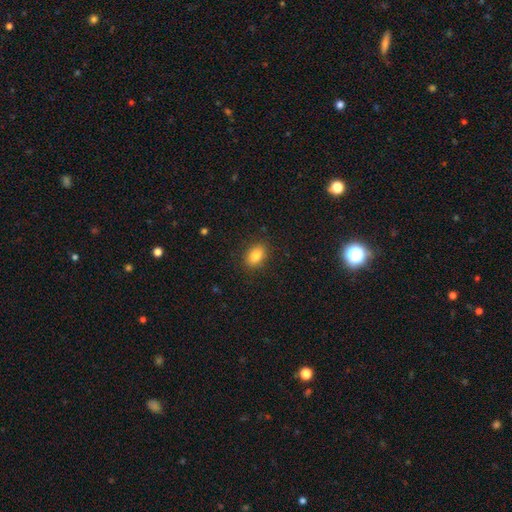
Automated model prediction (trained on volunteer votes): Morphology: type=smooth (83%); roundness=in between (79%); merging=none (88%).